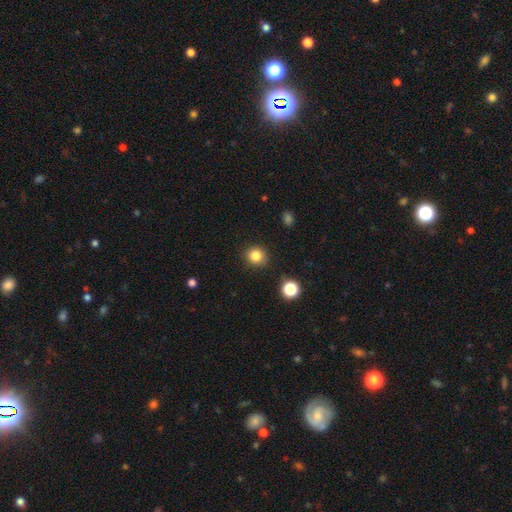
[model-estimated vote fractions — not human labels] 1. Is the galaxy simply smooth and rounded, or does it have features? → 83% smooth, 12% star or artifact, 5% featured or disk.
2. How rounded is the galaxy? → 86% round, 13% in between, 1% cigar-shaped.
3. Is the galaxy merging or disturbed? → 87% none, 9% minor disturbance, 2% major disturbance, 2% merger.